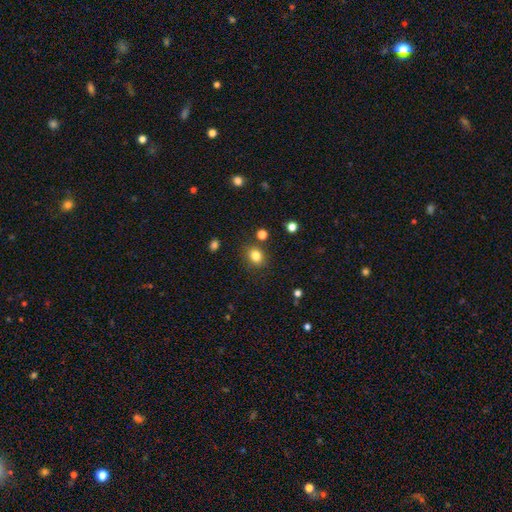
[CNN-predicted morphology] A smooth galaxy with no disk features (82%) that is round (64%).

Vote fractions:
- Smooth or featured? smooth: 82% / star or artifact: 12% / featured or disk: 6%
- How rounded? round: 64% / in between: 35% / cigar-shaped: 1%
- Merging? none: 82% / minor disturbance: 11% / merger: 4% / major disturbance: 3%